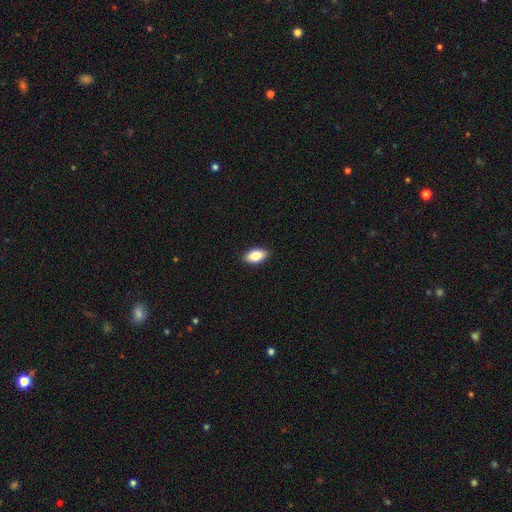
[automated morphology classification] Smooth or featured? Predicted: smooth (p=0.82). How rounded? Predicted: in between (p=0.91). Merging? Predicted: none (p=0.90).